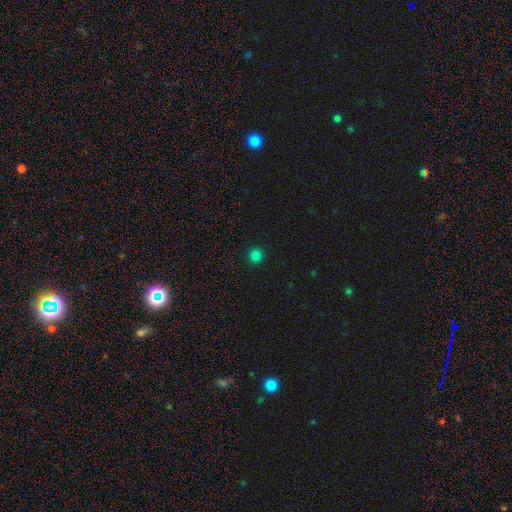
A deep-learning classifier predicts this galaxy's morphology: smooth 82%, star or artifact 15%, featured or disk 3%. Down the decision tree: how rounded — round (95%); merging — none (93%).